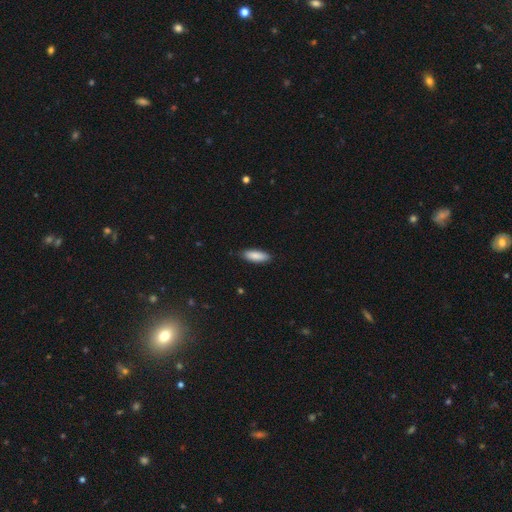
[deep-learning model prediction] This appears to be a smooth galaxy with no disk features (88%) that is in between round and cigar-shaped (63%). Merging: none (86%).